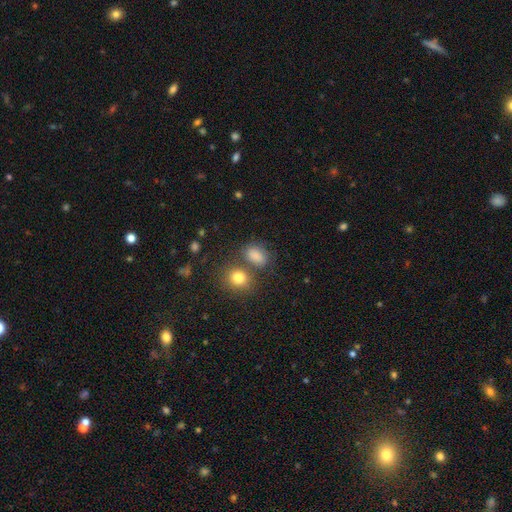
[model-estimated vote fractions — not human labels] Q: Smooth or featured?
A: smooth (82%); runner-up: star or artifact (11%)
Q: How rounded?
A: in between (75%); runner-up: round (24%)
Q: Merging?
A: none (58%); runner-up: merger (20%)